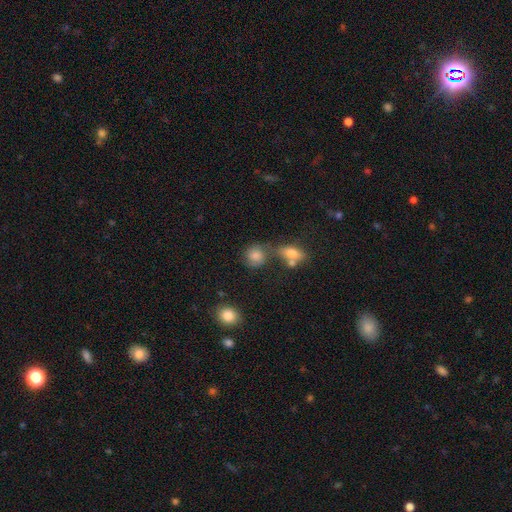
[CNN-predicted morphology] Smooth or featured: smooth — 73% (featured or disk — 15%)
How rounded: round — 78% (in between — 21%)
Merging: none — 55% (merger — 19%)